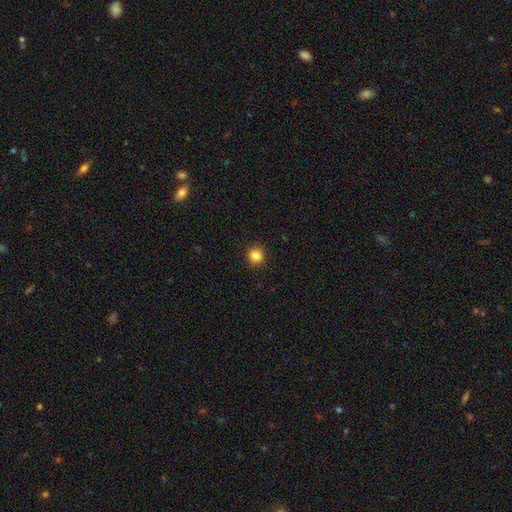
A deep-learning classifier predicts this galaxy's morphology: smooth_or_featured: smooth (p=0.86) [alt: star or artifact p=0.11]
how_rounded: round (p=0.89) [alt: in between p=0.10]
merging: none (p=0.90) [alt: minor disturbance p=0.07]